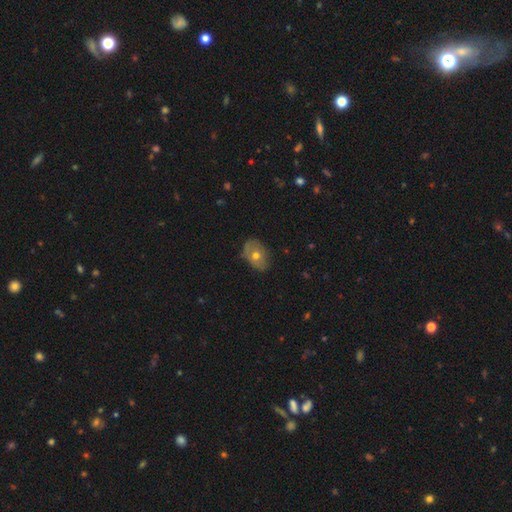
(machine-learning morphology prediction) Smooth or featured? smooth (56%)
How rounded? in between (73%)
Merging? none (65%)